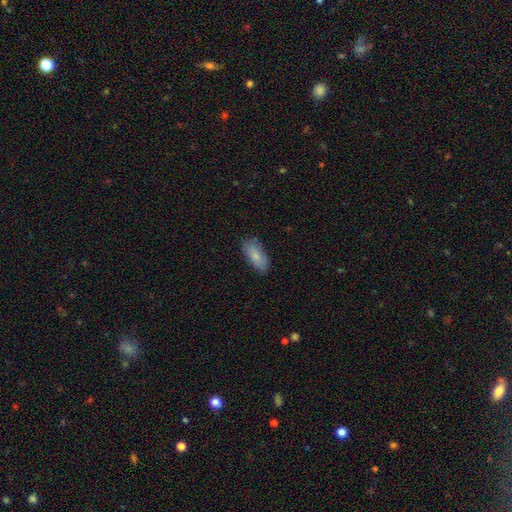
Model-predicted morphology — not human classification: Smooth or featured: smooth — 82% (featured or disk — 12%)
How rounded: in between — 86% (cigar-shaped — 12%)
Merging: none — 82% (minor disturbance — 14%)